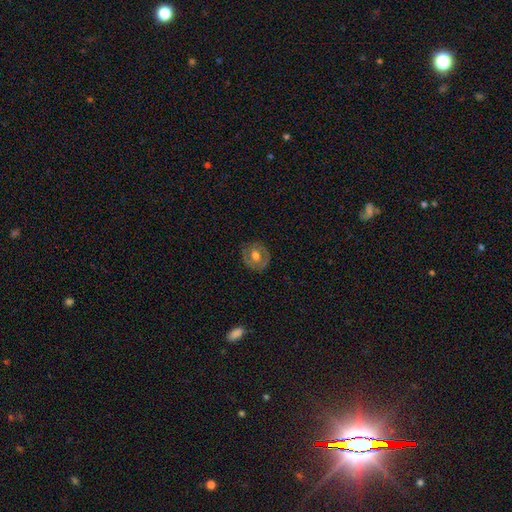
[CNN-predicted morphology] type=featured or disk (48%); merging=none (81%).